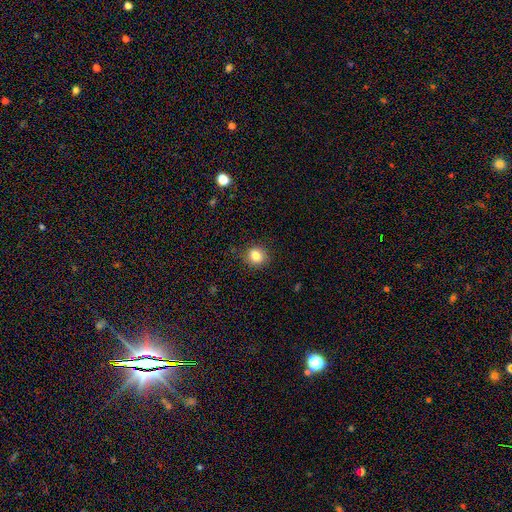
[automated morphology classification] Smooth or featured?
  - smooth: 83% *
  - star or artifact: 11%
  - featured or disk: 6%
How rounded?
  - round: 81% *
  - in between: 18%
  - cigar-shaped: 1%
Merging?
  - none: 86% *
  - minor disturbance: 10%
  - major disturbance: 3%
  - merger: 1%